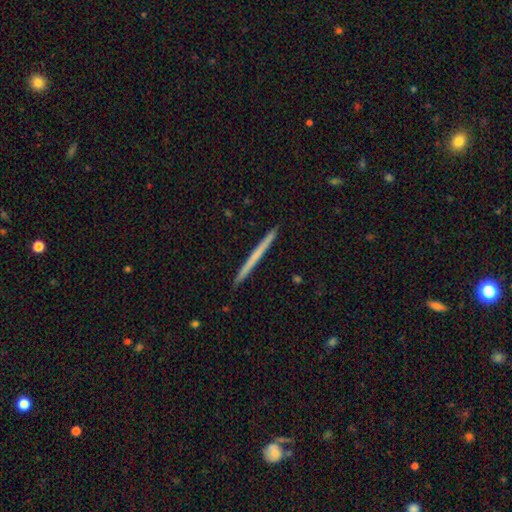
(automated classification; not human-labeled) smooth 50%, featured or disk 45%, star or artifact 5%. Down the decision tree: merging — none (94%).